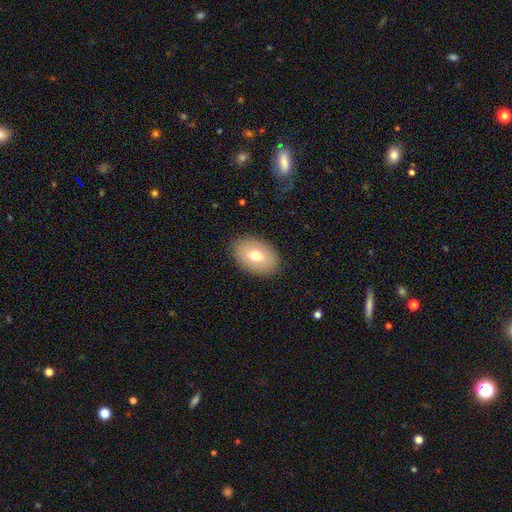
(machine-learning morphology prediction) type=smooth (69%); roundness=in between (85%); merging=none (87%).